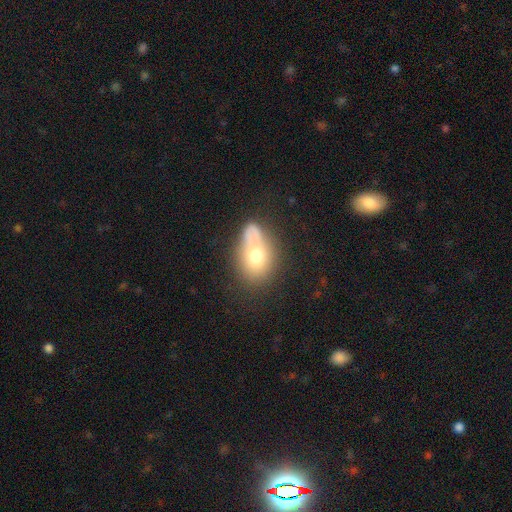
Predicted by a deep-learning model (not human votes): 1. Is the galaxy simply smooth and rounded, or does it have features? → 65% smooth, 25% featured or disk, 10% star or artifact.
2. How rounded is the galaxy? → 77% in between, 20% round, 2% cigar-shaped.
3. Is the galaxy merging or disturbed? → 37% none, 25% merger, 24% minor disturbance, 14% major disturbance.